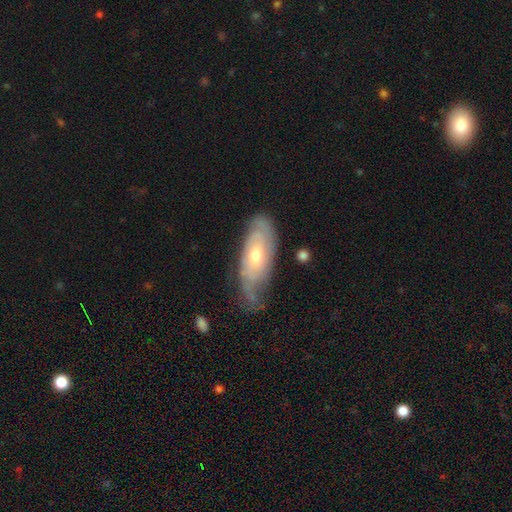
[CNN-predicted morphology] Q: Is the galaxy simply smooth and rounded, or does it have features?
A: featured or disk — 72%.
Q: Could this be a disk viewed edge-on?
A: no — 86%.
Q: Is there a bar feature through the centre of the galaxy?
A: no — 70%.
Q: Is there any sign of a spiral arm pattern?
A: yes — 86%.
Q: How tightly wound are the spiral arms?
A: tight — 62%.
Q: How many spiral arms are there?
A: can't tell — 47%.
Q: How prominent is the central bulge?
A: moderate — 61%.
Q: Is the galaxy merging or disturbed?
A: none — 59%.